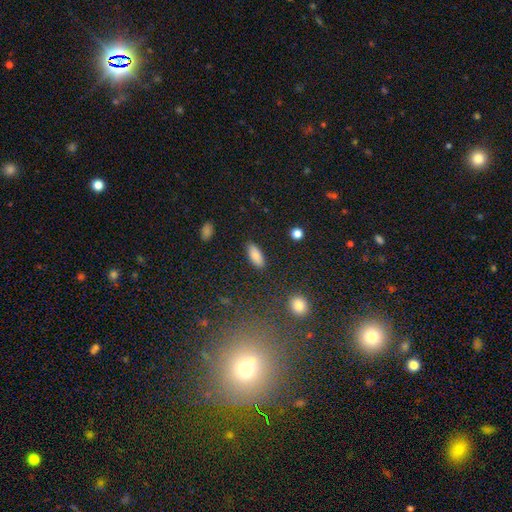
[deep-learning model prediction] A smooth galaxy with no disk features (87%) that is in between round and cigar-shaped (75%).

Vote fractions:
- Smooth or featured? smooth: 87% / star or artifact: 8% / featured or disk: 6%
- How rounded? in between: 75% / cigar-shaped: 23% / round: 2%
- Merging? none: 87% / minor disturbance: 9% / major disturbance: 2% / merger: 1%